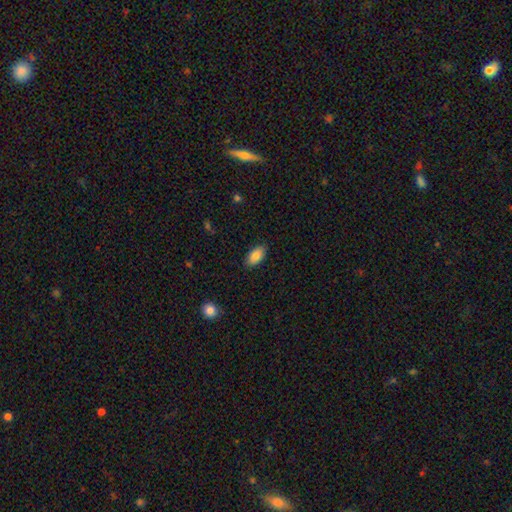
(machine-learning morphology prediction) The model was most divided on "smooth or featured": smooth: 84%, featured or disk: 8%, star or artifact: 7%. More confident: how rounded — in between (93%); merging — none (87%).